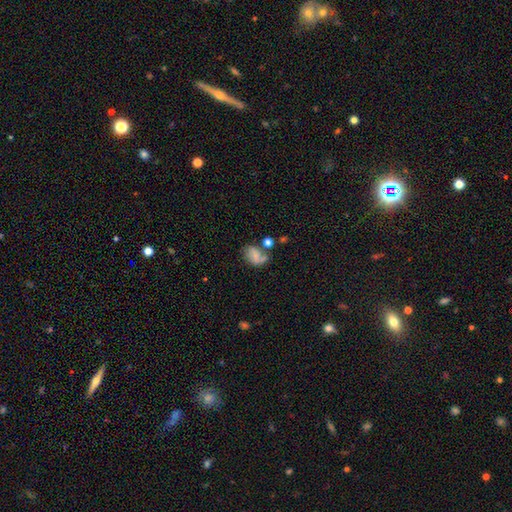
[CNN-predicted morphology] smooth_or_featured: smooth (p=0.53) [alt: featured or disk p=0.35]
how_rounded: in between (p=0.69) [alt: round p=0.30]
merging: none (p=0.44) [alt: minor disturbance p=0.24]